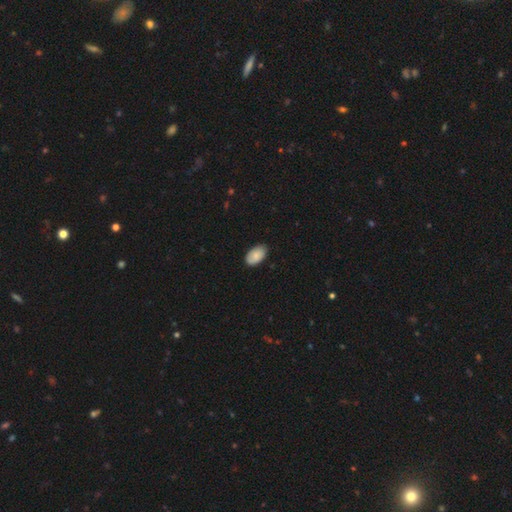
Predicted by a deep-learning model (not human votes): Smooth or featured?
  - smooth: 86% *
  - featured or disk: 8%
  - star or artifact: 6%
How rounded?
  - in between: 95% *
  - round: 4%
  - cigar-shaped: 1%
Merging?
  - none: 84% *
  - minor disturbance: 13%
  - major disturbance: 2%
  - merger: 1%